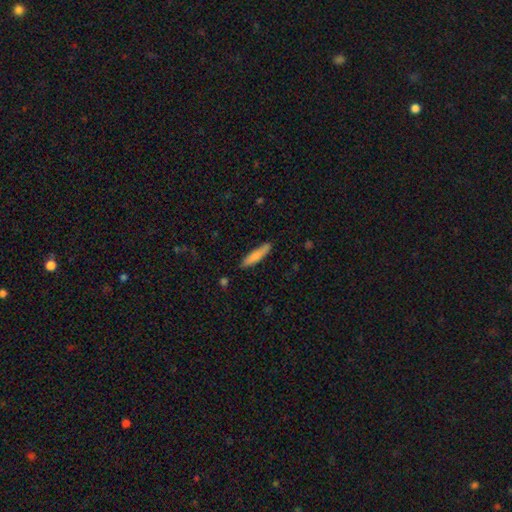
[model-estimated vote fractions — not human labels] This appears to be a smooth galaxy with no disk features (80%) that is cigar-shaped (82%). Merging: none (85%).